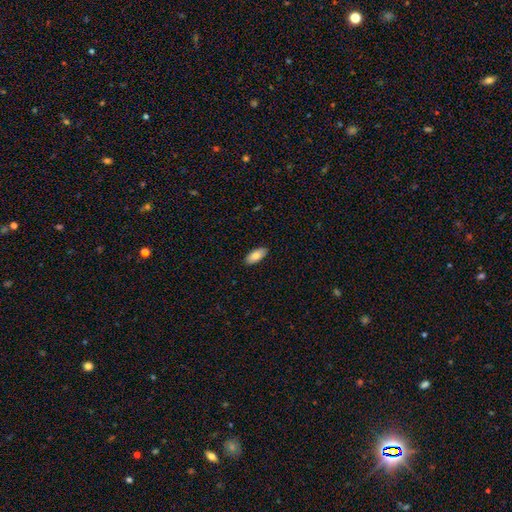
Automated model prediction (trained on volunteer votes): Smooth or featured? Predicted: smooth (p=0.83). How rounded? Predicted: in between (p=0.90). Merging? Predicted: none (p=0.90).